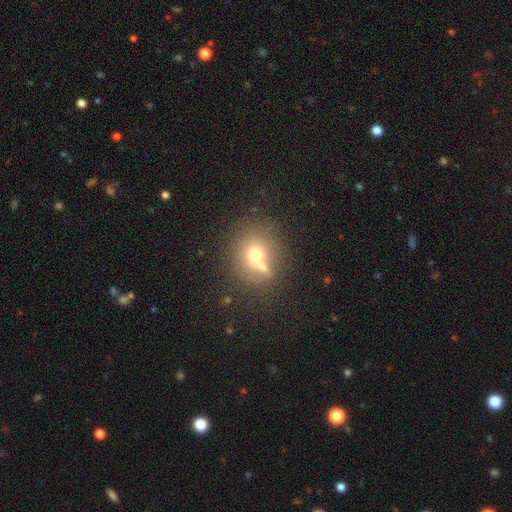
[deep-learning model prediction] The model was most divided on "merging": none: 45%, merger: 39%, minor disturbance: 11%, major disturbance: 5%. More confident: how rounded — round (76%); smooth or featured — smooth (63%).